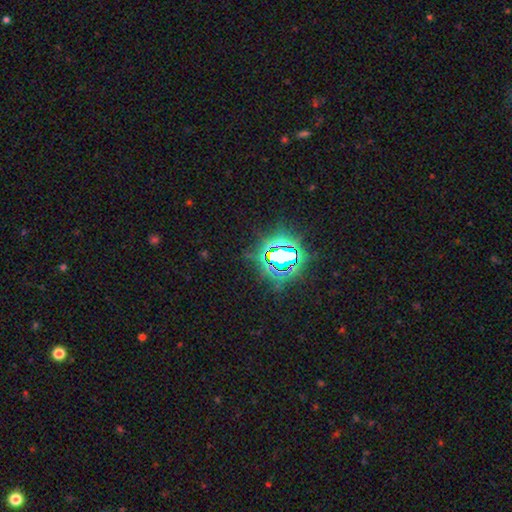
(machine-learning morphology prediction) Smooth or featured? Predicted: star or artifact (p=0.80).